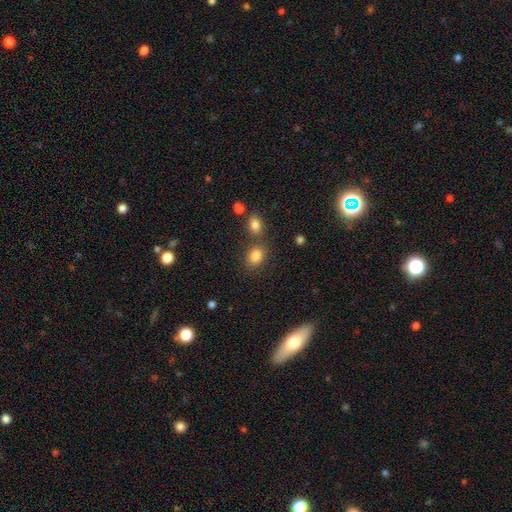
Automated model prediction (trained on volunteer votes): smooth 83%, star or artifact 11%, featured or disk 6%. Down the decision tree: how rounded — in between (55%); merging — none (68%).